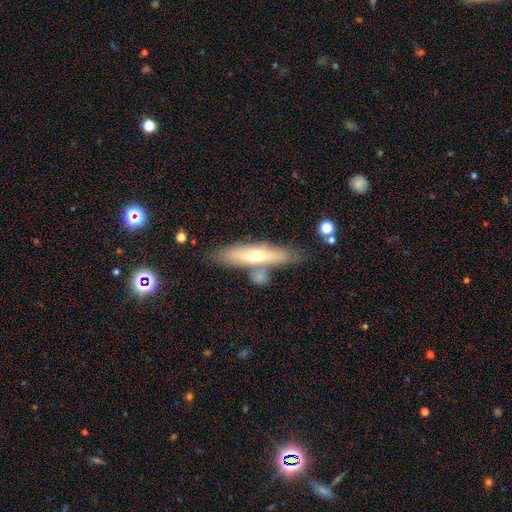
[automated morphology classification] Smooth or featured?
  - featured or disk: 55% *
  - smooth: 39%
  - star or artifact: 7%
Edge-on disk?
  - yes: 72% *
  - no: 28%
Merging?
  - none: 67% *
  - minor disturbance: 14%
  - merger: 14%
  - major disturbance: 4%